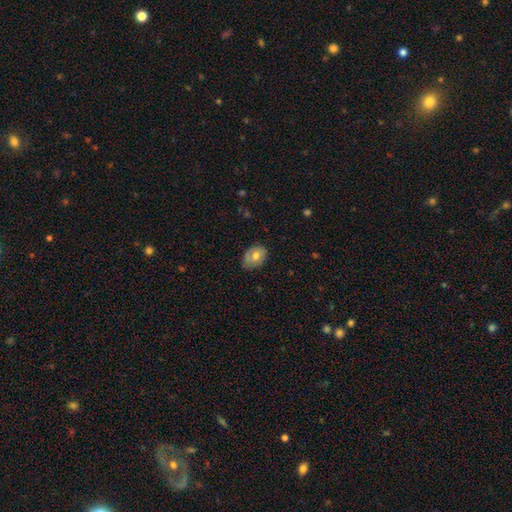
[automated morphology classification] Q: Smooth or featured?
A: smooth (65%); runner-up: featured or disk (28%)
Q: How rounded?
A: in between (72%); runner-up: round (27%)
Q: Merging?
A: none (75%); runner-up: minor disturbance (20%)